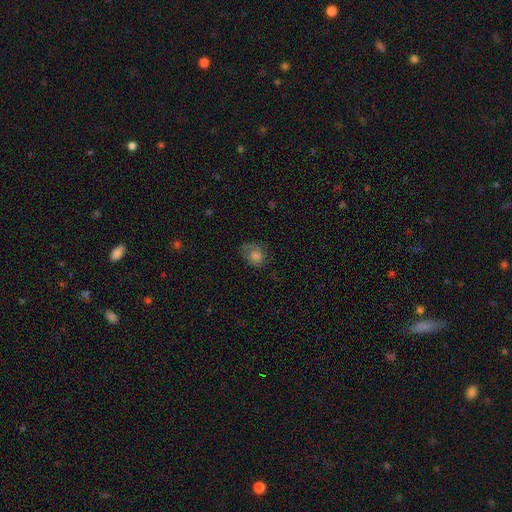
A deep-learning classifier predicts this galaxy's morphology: A smooth galaxy with no disk features (65%) that is round (50%).

Vote fractions:
- Smooth or featured? smooth: 65% / featured or disk: 21% / star or artifact: 13%
- How rounded? round: 50% / in between: 49% / cigar-shaped: 1%
- Merging? none: 54% / minor disturbance: 27% / major disturbance: 17% / merger: 2%